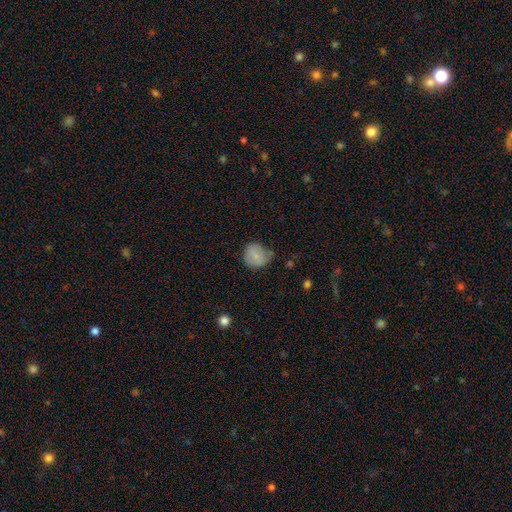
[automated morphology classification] Smooth or featured: smooth — 77% (featured or disk — 15%)
How rounded: round — 81% (in between — 18%)
Merging: none — 50% (minor disturbance — 37%)